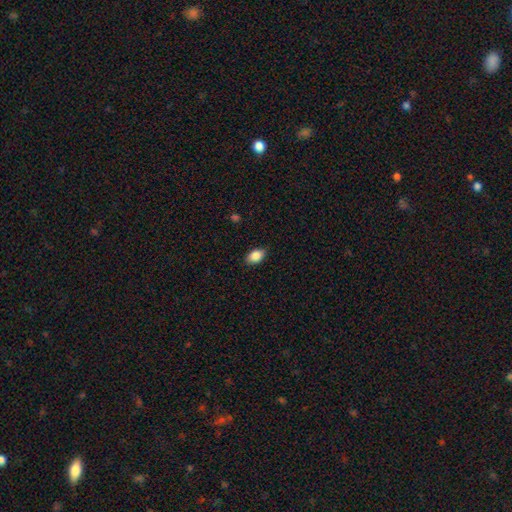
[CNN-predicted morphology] smooth-or-featured: smooth: 87% | star or artifact: 7% | featured or disk: 5%
  how-rounded: in between: 89% | round: 8% | cigar-shaped: 2%
  merging: none: 84% | minor disturbance: 12% | major disturbance: 2% | merger: 1%